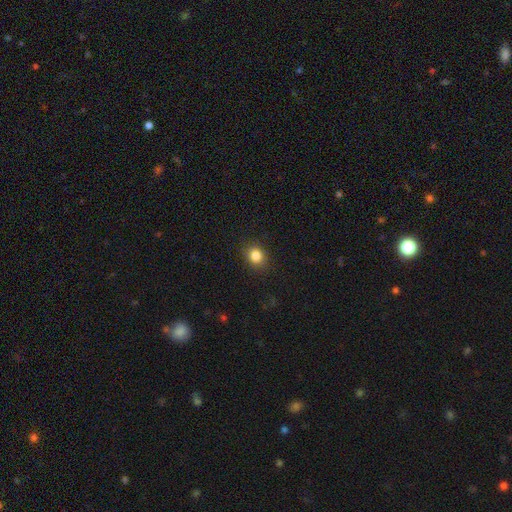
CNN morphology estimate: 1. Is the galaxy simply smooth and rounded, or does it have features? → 84% smooth, 11% star or artifact, 5% featured or disk.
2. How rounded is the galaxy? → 66% round, 33% in between, 1% cigar-shaped.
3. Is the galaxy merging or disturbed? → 89% none, 8% minor disturbance, 2% major disturbance, 1% merger.